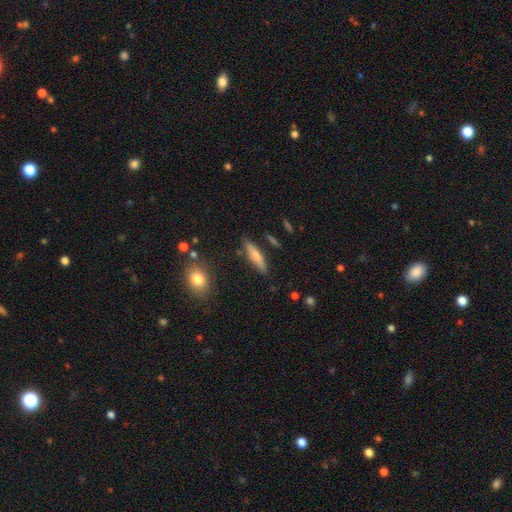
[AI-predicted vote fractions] The model was most divided on "smooth or featured": smooth: 62%, featured or disk: 31%, star or artifact: 7%. More confident: merging — none (84%); how rounded — cigar-shaped (75%).